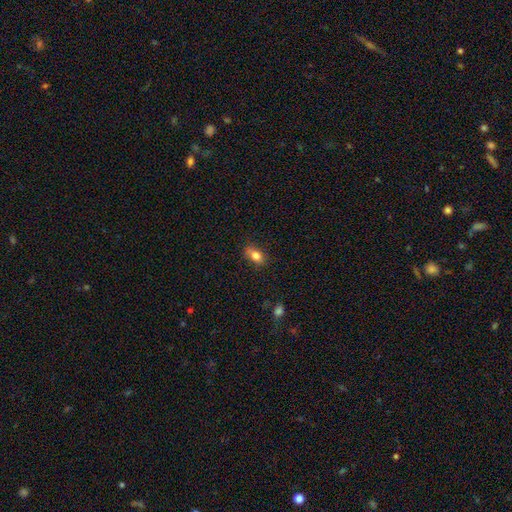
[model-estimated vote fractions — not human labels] Overall: smooth (82%). How rounded: in between (81%). Merging: none (75%).